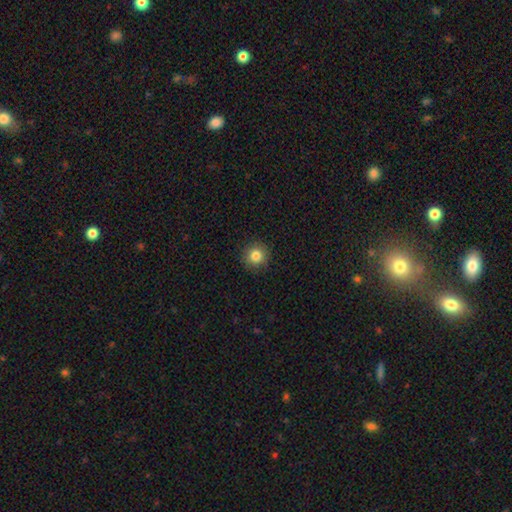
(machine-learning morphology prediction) Smooth or featured?
  - smooth: 83% *
  - star or artifact: 11%
  - featured or disk: 6%
How rounded?
  - round: 94% *
  - in between: 5%
  - cigar-shaped: 1%
Merging?
  - none: 92% *
  - minor disturbance: 5%
  - major disturbance: 2%
  - merger: 1%